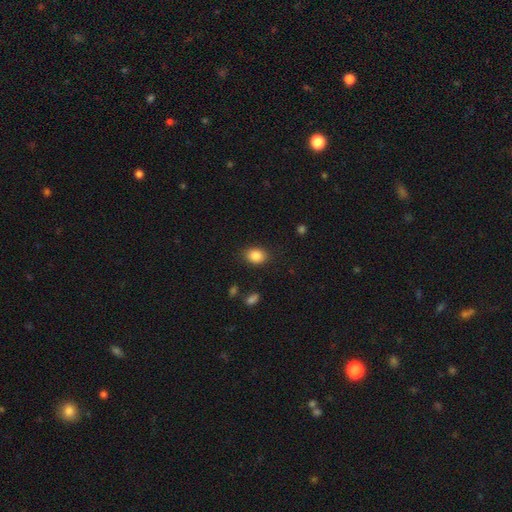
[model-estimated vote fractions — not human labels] A smooth galaxy with no disk features (86%) that is in between round and cigar-shaped (64%).

Vote fractions:
- Smooth or featured? smooth: 86% / star or artifact: 9% / featured or disk: 5%
- How rounded? in between: 64% / round: 35% / cigar-shaped: 1%
- Merging? none: 86% / minor disturbance: 10% / major disturbance: 3% / merger: 1%